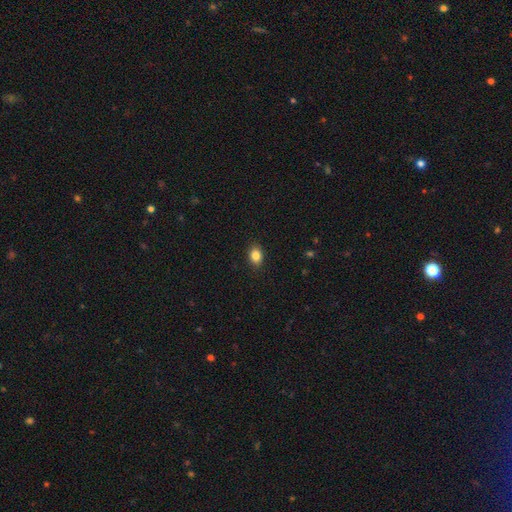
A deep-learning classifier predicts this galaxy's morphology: A smooth galaxy with no disk features (85%) that is in between round and cigar-shaped (69%). Merging: none (89%).